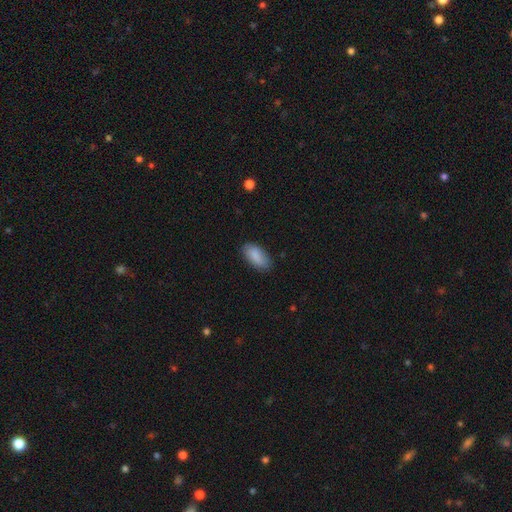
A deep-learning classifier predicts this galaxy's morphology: smooth 86%, featured or disk 8%, star or artifact 7%. Down the decision tree: how rounded — in between (91%); merging — none (79%).